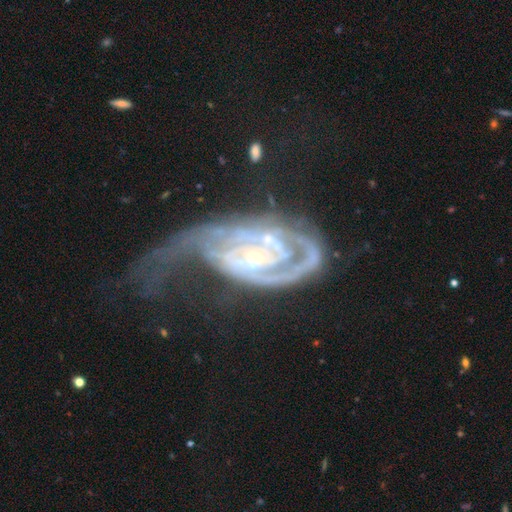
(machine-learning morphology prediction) type=featured or disk (87%); edge-on=no (96%); bar=no (61%); spiral arms=yes (91%); winding=tight (49%); arm count=2 (47%); bulge=small (76%); merging=major disturbance (53%).